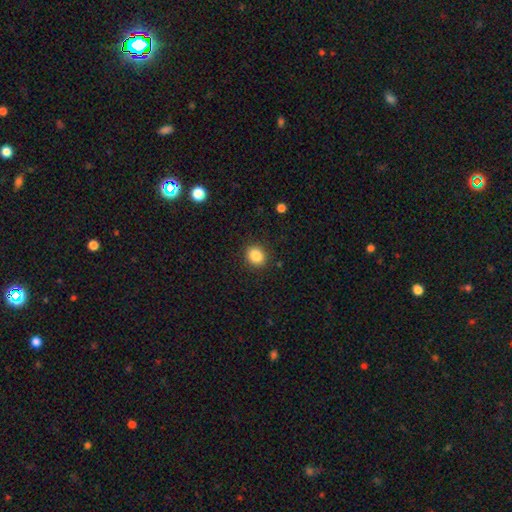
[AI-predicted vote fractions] Smooth or featured? Predicted: smooth (p=0.85). How rounded? Predicted: round (p=0.73). Merging? Predicted: none (p=0.90).